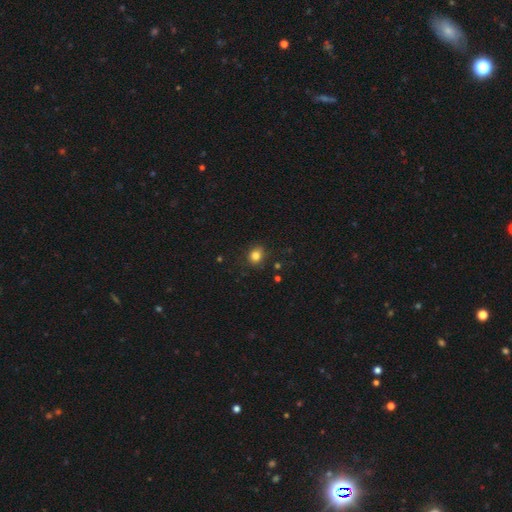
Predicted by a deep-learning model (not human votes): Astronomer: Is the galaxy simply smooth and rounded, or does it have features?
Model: smooth — 82%.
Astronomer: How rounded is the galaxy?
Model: round — 64%.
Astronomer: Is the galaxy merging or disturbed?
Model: none — 81%.